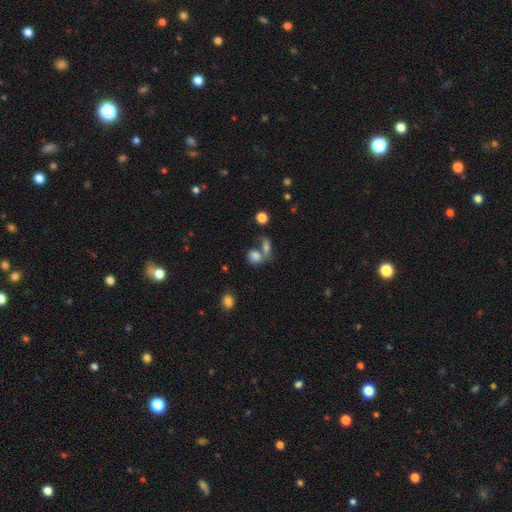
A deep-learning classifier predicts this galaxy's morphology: A smooth galaxy with no disk features (75%) that is in between round and cigar-shaped (52%).

Vote fractions:
- Smooth or featured? smooth: 75% / featured or disk: 13% / star or artifact: 12%
- How rounded? in between: 52% / round: 45% / cigar-shaped: 3%
- Merging? merger: 50% / none: 33% / minor disturbance: 10% / major disturbance: 7%